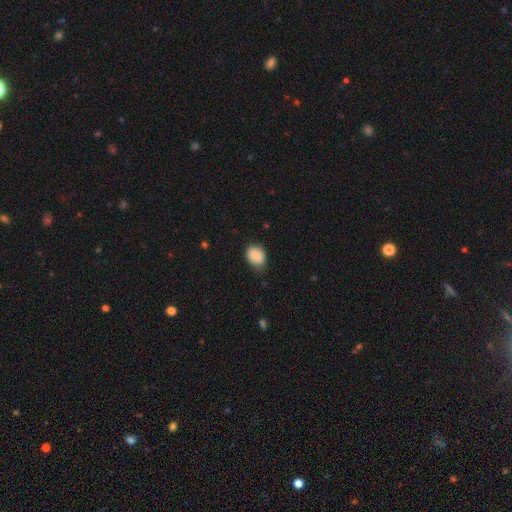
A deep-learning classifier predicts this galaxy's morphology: A smooth galaxy with no disk features (83%) that is in between round and cigar-shaped (50%). Merging: none (68%).